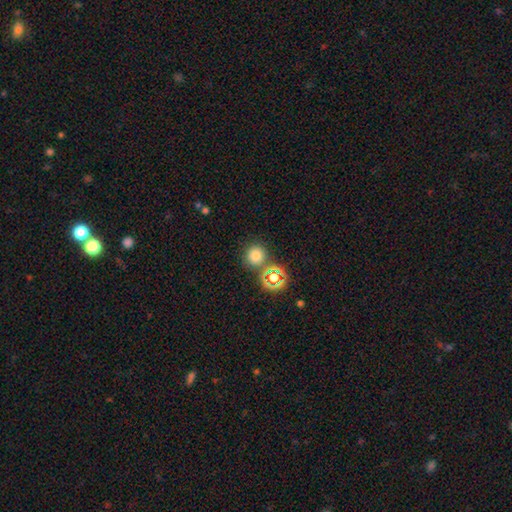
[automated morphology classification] This is likely a smooth galaxy (74%). How rounded: clearly round (92%). Merging: likely none (75%).